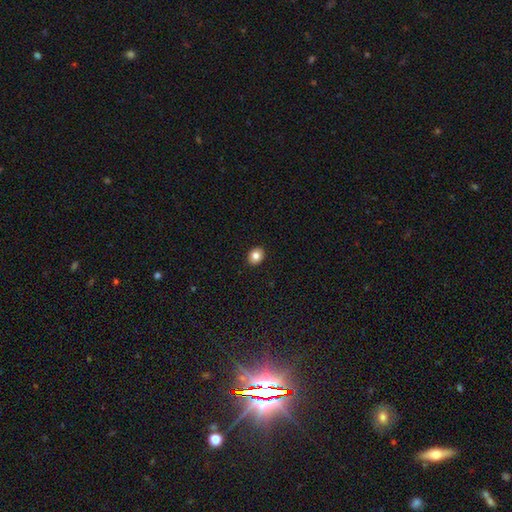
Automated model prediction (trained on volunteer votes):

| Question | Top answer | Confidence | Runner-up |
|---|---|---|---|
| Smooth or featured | smooth | 83% | star or artifact (9%) |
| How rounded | round | 55% | in between (45%) |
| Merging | none | 91% | minor disturbance (6%) |